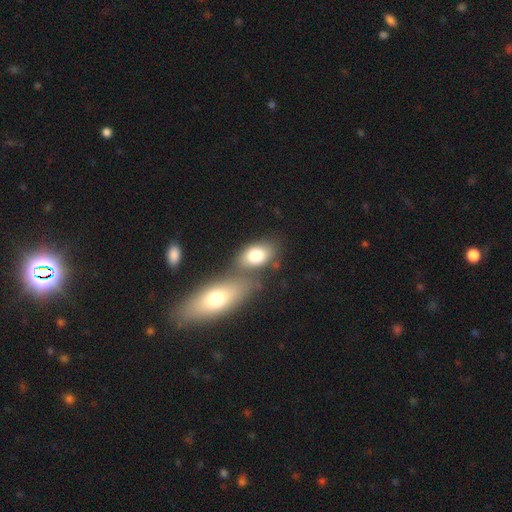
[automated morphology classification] The model was most divided on "merging": none: 46%, merger: 36%, minor disturbance: 13%, major disturbance: 6%. More confident: how rounded — in between (85%); smooth or featured — smooth (79%).